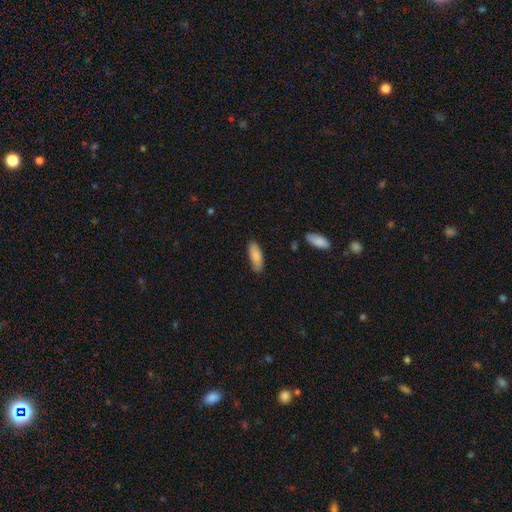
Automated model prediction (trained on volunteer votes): smooth_or_featured: smooth (p=0.85) [alt: featured or disk p=0.09]
how_rounded: in between (p=0.70) [alt: cigar-shaped p=0.28]
merging: none (p=0.81) [alt: minor disturbance p=0.15]